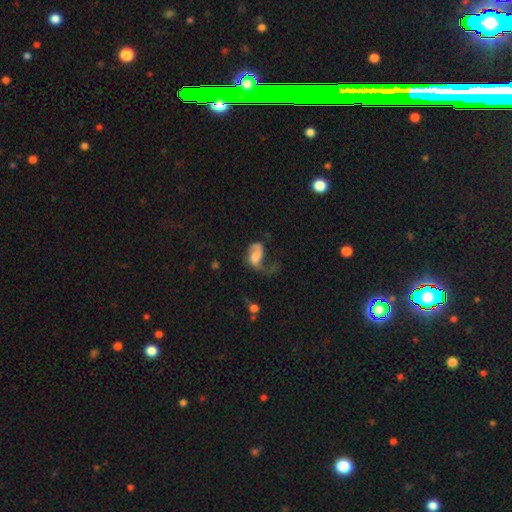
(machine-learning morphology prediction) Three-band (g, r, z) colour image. It shows a featured or disk galaxy (61%) with no bar (50%), spiral arms (82%) and no central bulge (40%). Merging: major disturbance (50%).